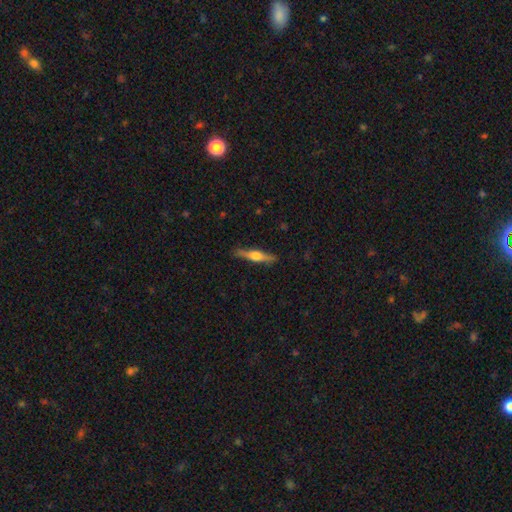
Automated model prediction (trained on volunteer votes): A featured or disk galaxy (61%) viewed edge-on (97%) with a rounded central bulge (90%).

Vote fractions:
- Smooth or featured? featured or disk: 61% / smooth: 33% / star or artifact: 6%
- Edge-on disk? yes: 97% / no: 3%
- Edge-on bulge? rounded: 90% / boxy: 6% / none: 3%
- Merging? none: 88% / minor disturbance: 9% / major disturbance: 2% / merger: 1%